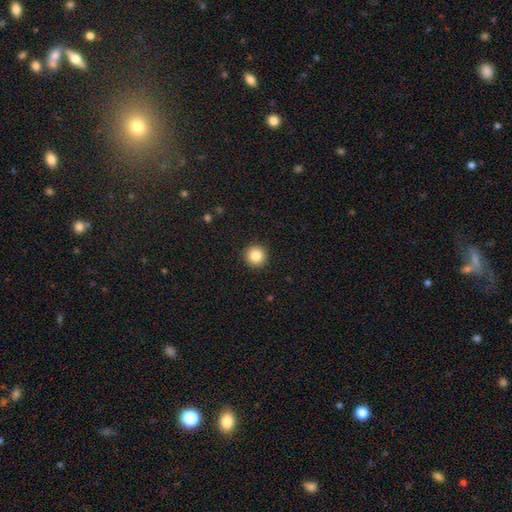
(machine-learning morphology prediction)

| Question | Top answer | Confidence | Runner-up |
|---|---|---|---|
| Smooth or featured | smooth | 85% | star or artifact (10%) |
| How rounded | round | 95% | in between (4%) |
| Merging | none | 93% | minor disturbance (5%) |